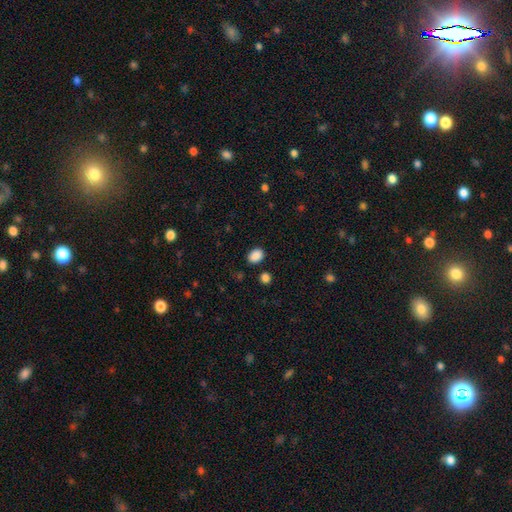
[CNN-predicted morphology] smooth-or-featured: smooth: 88% | star or artifact: 9% | featured or disk: 3%
  how-rounded: in between: 66% | round: 33% | cigar-shaped: 1%
  merging: none: 85% | minor disturbance: 9% | major disturbance: 3% | merger: 3%